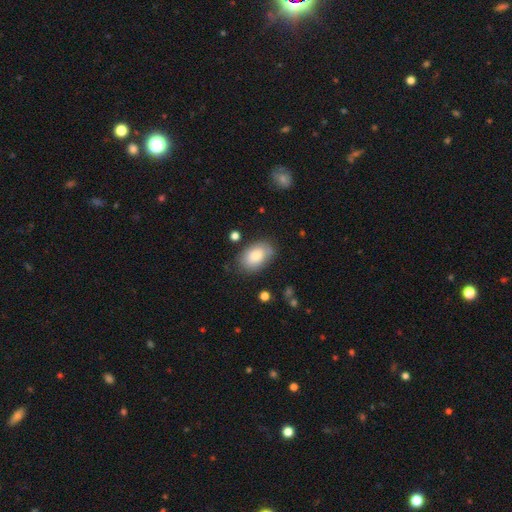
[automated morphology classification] The model was most divided on "merging": none: 74%, minor disturbance: 18%, major disturbance: 5%, merger: 3%. More confident: how rounded — in between (90%); smooth or featured — smooth (78%).